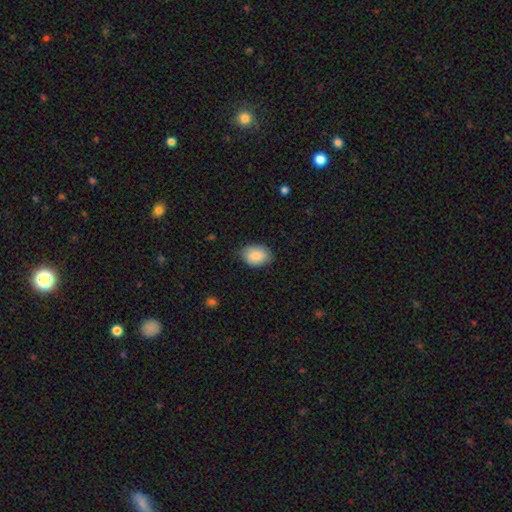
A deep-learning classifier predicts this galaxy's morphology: A smooth galaxy with no disk features (87%) that is in between round and cigar-shaped (81%). Merging: none (79%).